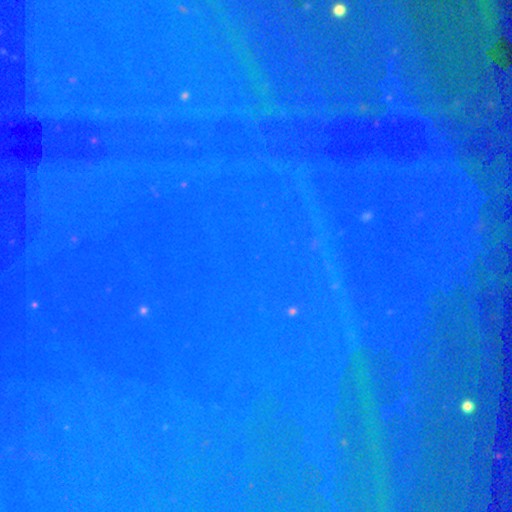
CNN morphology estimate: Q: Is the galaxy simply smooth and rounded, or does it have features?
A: star or artifact — 82%.